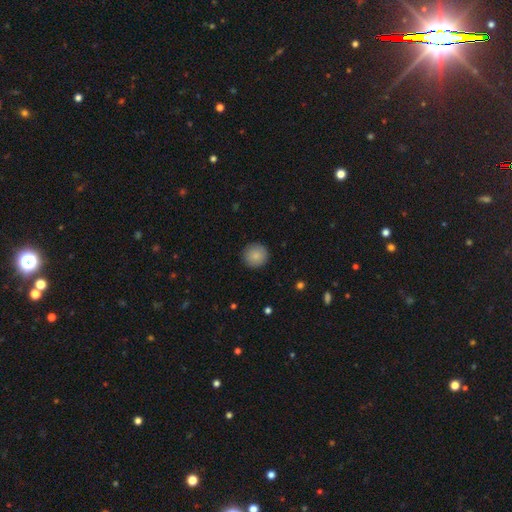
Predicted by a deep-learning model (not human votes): A smooth galaxy with no disk features (87%) that is round (94%).

Vote fractions:
- Smooth or featured? smooth: 87% / star or artifact: 8% / featured or disk: 5%
- How rounded? round: 94% / in between: 5% / cigar-shaped: 1%
- Merging? none: 91% / minor disturbance: 6% / major disturbance: 2% / merger: 1%